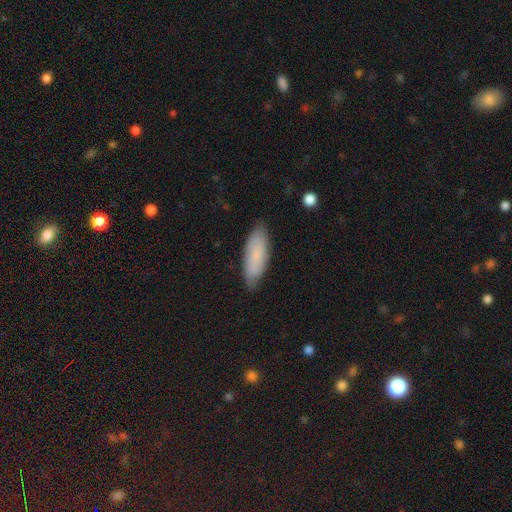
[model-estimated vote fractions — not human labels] smooth_or_featured: smooth (p=0.80) [alt: featured or disk p=0.14]
how_rounded: in between (p=0.65) [alt: cigar-shaped p=0.33]
merging: none (p=0.81) [alt: minor disturbance p=0.15]